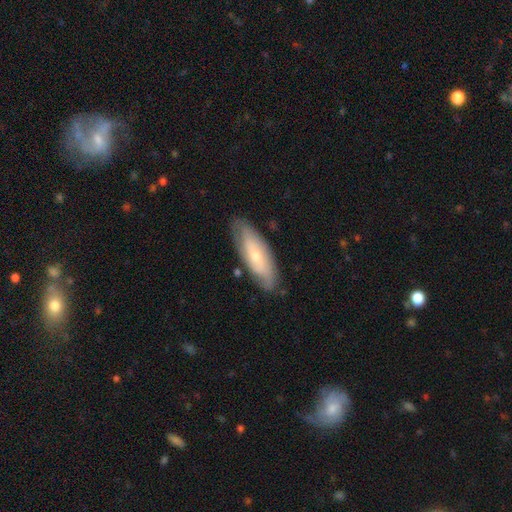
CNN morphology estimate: Smooth or featured? Predicted: featured or disk (p=0.49). Merging? Predicted: none (p=0.78).